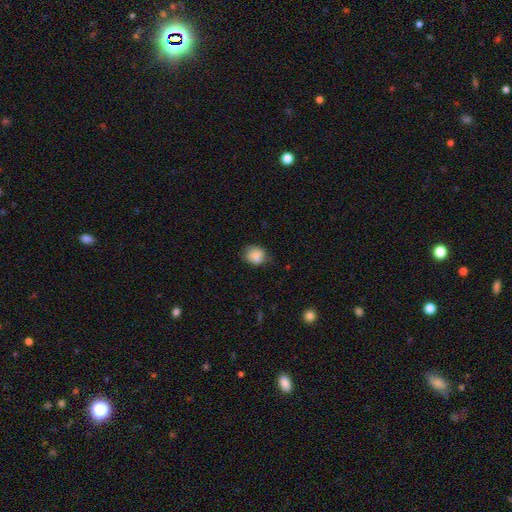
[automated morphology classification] This appears to be a smooth galaxy with no disk features (82%) that is round (64%). Merging: none (68%).